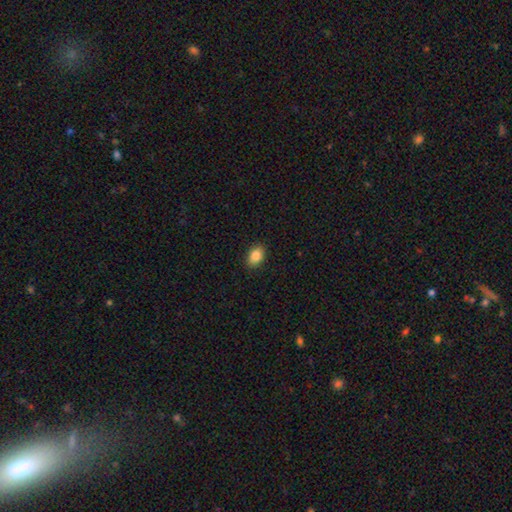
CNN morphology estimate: Smooth or featured?
  - smooth: 86% *
  - star or artifact: 8%
  - featured or disk: 5%
How rounded?
  - in between: 84% *
  - round: 15%
  - cigar-shaped: 1%
Merging?
  - none: 89% *
  - minor disturbance: 8%
  - major disturbance: 2%
  - merger: 1%